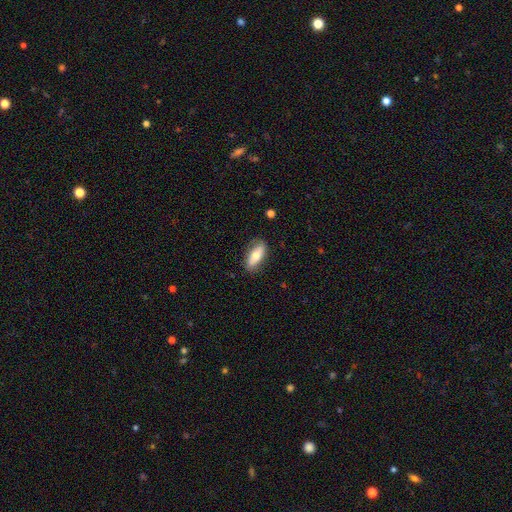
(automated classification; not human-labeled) smooth_or_featured: smooth (p=0.68) [alt: featured or disk p=0.25]
how_rounded: in between (p=0.81) [alt: cigar-shaped p=0.16]
merging: none (p=0.81) [alt: minor disturbance p=0.15]